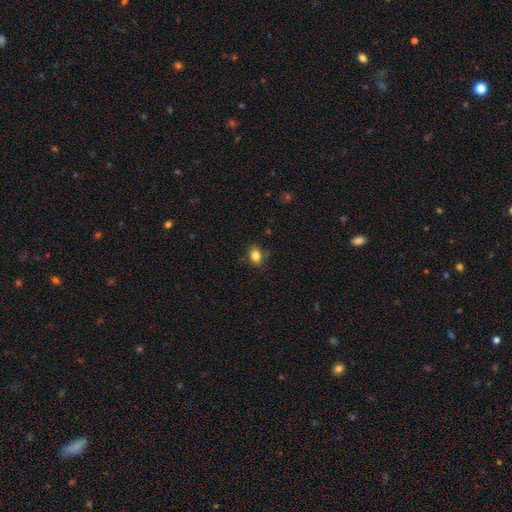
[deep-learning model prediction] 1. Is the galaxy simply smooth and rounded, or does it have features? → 84% smooth, 10% star or artifact, 6% featured or disk.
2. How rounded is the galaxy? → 67% in between, 32% round, 1% cigar-shaped.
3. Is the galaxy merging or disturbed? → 80% none, 14% minor disturbance, 3% major disturbance, 2% merger.